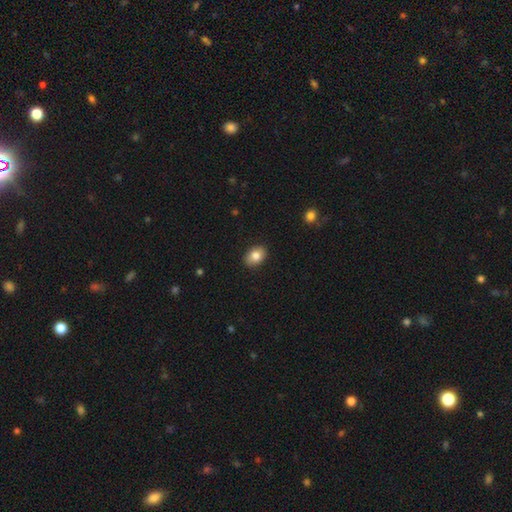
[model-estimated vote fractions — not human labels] A smooth galaxy with no disk features (83%) that is in between round and cigar-shaped (77%).

Vote fractions:
- Smooth or featured? smooth: 83% / featured or disk: 9% / star or artifact: 8%
- How rounded? in between: 77% / round: 22% / cigar-shaped: 1%
- Merging? none: 88% / minor disturbance: 9% / major disturbance: 2% / merger: 1%